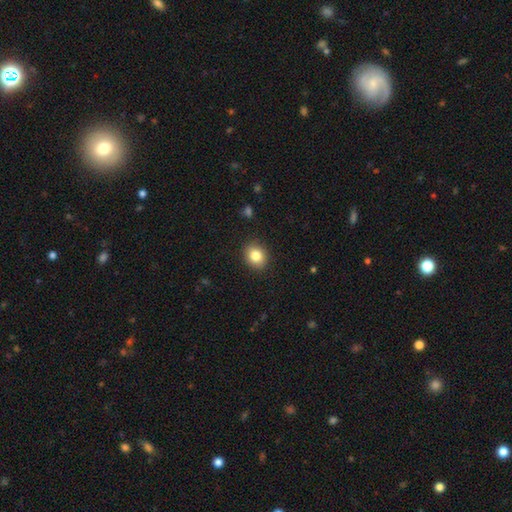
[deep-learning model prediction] A smooth galaxy with no disk features (83%) that is round (57%). Merging: none (89%).